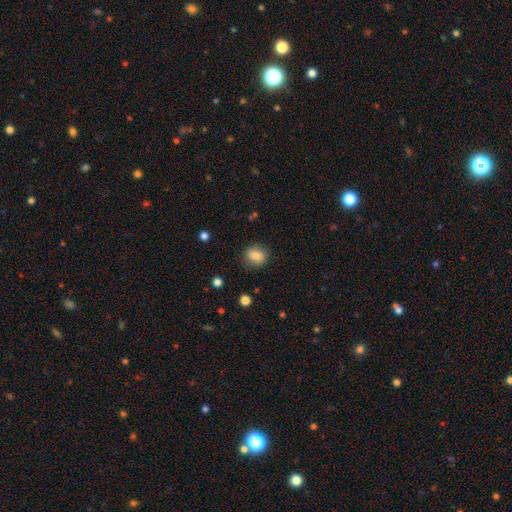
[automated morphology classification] The model was most divided on "how rounded": round: 72%, in between: 27%, cigar-shaped: 1%. More confident: merging — none (85%); smooth or featured — smooth (82%).